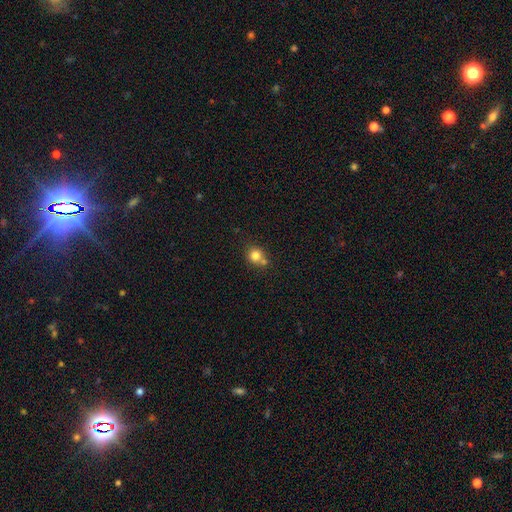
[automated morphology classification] A smooth galaxy with no disk features (79%) that is round (85%). Merging: none (55%).